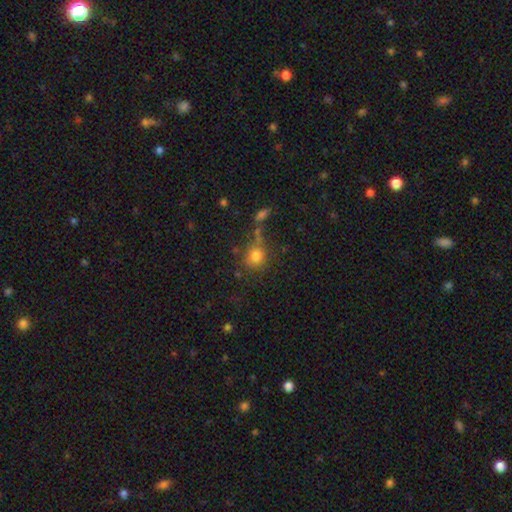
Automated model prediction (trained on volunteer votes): smooth 77%, star or artifact 14%, featured or disk 9%. Down the decision tree: how rounded — round (82%); merging — none (63%).